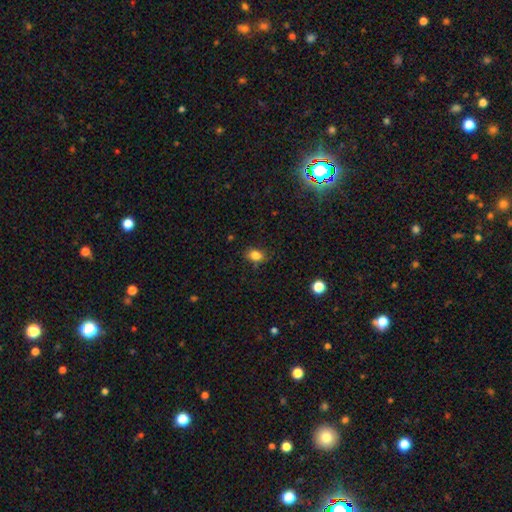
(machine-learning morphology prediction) A smooth galaxy with no disk features (83%) that is in between round and cigar-shaped (71%).

Vote fractions:
- Smooth or featured? smooth: 83% / star or artifact: 11% / featured or disk: 6%
- How rounded? in between: 71% / round: 28% / cigar-shaped: 2%
- Merging? none: 77% / minor disturbance: 17% / major disturbance: 4% / merger: 2%